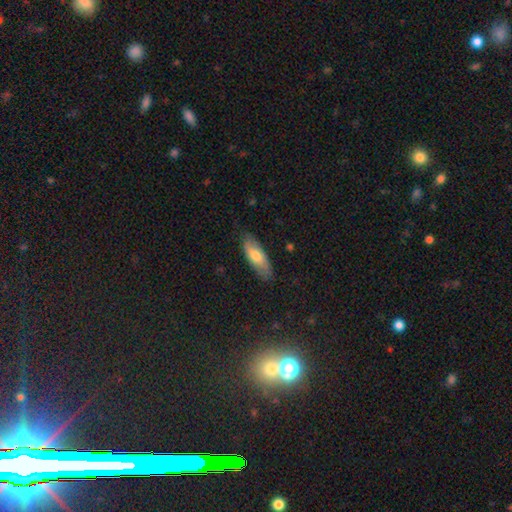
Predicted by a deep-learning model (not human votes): Overall: smooth (69%). How rounded: in between (70%). Merging: none (79%).